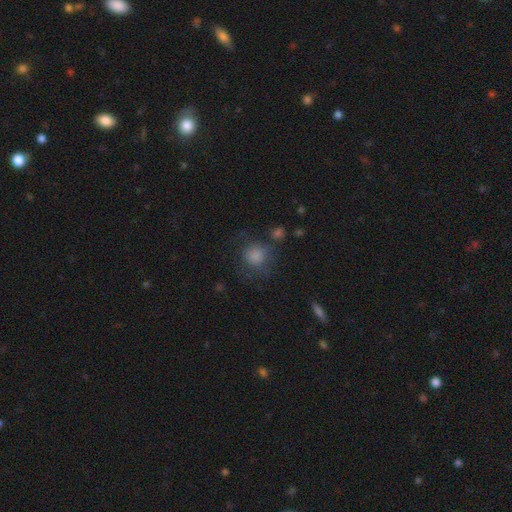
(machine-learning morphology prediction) Q: Smooth or featured?
A: smooth (71%); runner-up: star or artifact (16%)
Q: How rounded?
A: round (86%); runner-up: in between (12%)
Q: Merging?
A: none (65%); runner-up: minor disturbance (18%)